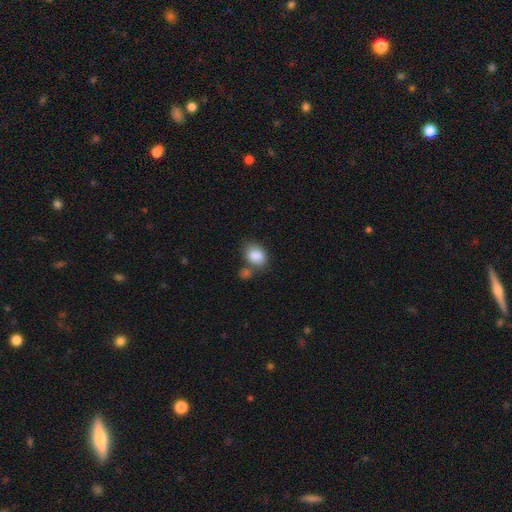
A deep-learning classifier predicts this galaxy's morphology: The model was most divided on "merging": none: 52%, merger: 25%, minor disturbance: 17%, major disturbance: 6%. More confident: smooth or featured — smooth (87%); how rounded — in between (71%).